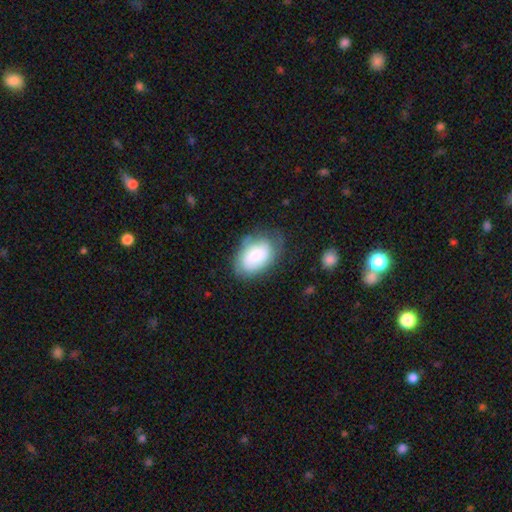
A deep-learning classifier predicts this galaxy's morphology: This appears to be a smooth galaxy with no disk features (60%) that is in between round and cigar-shaped (86%). Merging: none (64%).